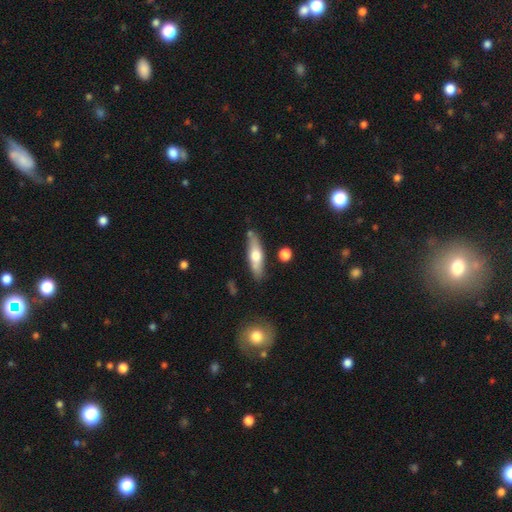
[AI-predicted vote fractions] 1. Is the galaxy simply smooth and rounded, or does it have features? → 50% smooth, 44% featured or disk, 6% star or artifact.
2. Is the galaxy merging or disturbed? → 78% none, 14% minor disturbance, 5% merger, 3% major disturbance.